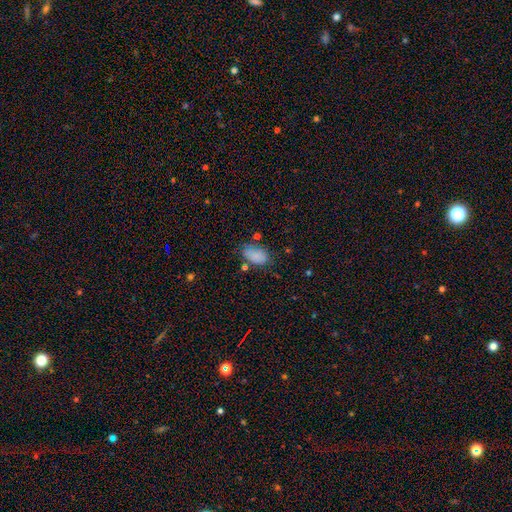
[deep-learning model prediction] This appears to be a smooth galaxy with no disk features (84%) that is in between round and cigar-shaped (91%). Merging: none (69%).